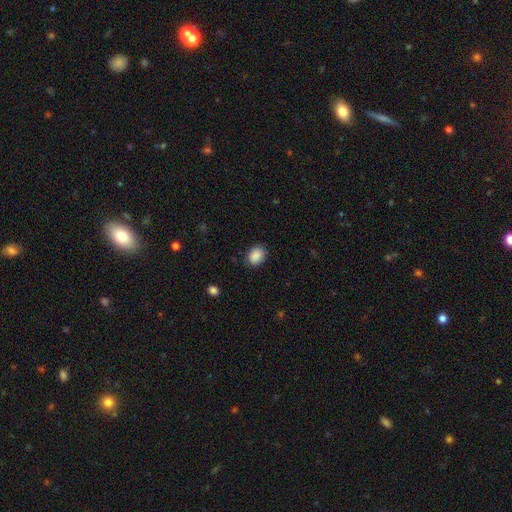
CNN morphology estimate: This is clearly a smooth galaxy (89%). How rounded: likely in between (69%). Merging: clearly none (83%).